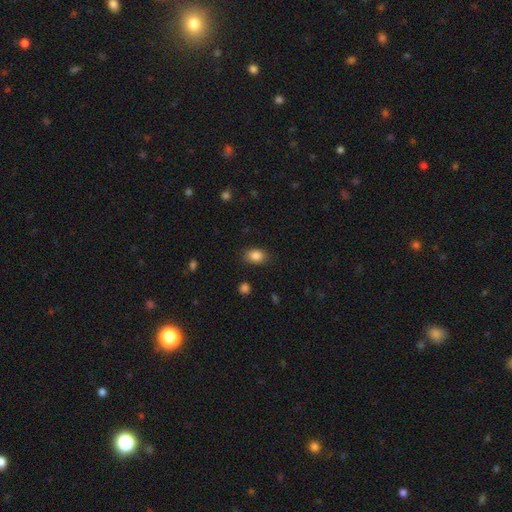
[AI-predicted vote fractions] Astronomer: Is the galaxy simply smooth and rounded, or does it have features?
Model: smooth — 86%.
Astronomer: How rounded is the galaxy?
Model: in between — 78%.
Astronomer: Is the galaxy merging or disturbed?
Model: none — 85%.